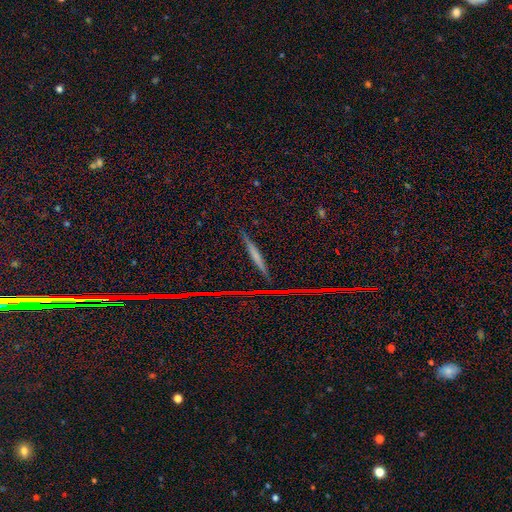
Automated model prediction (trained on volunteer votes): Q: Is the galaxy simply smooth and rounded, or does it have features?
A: featured or disk — 43%.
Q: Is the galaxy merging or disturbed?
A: none — 88%.